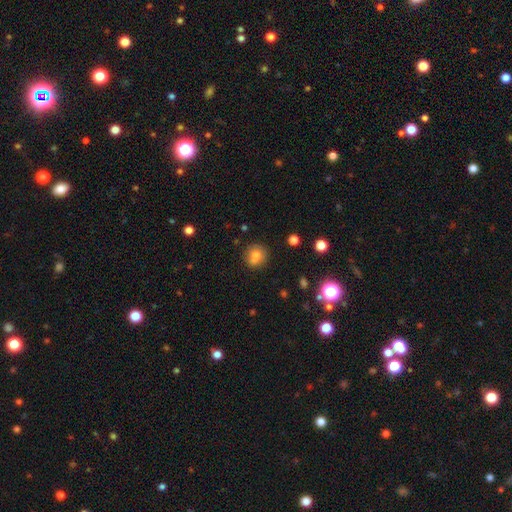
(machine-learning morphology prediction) Smooth or featured: smooth — 75% (featured or disk — 13%)
How rounded: round — 86% (in between — 13%)
Merging: none — 62% (merger — 22%)